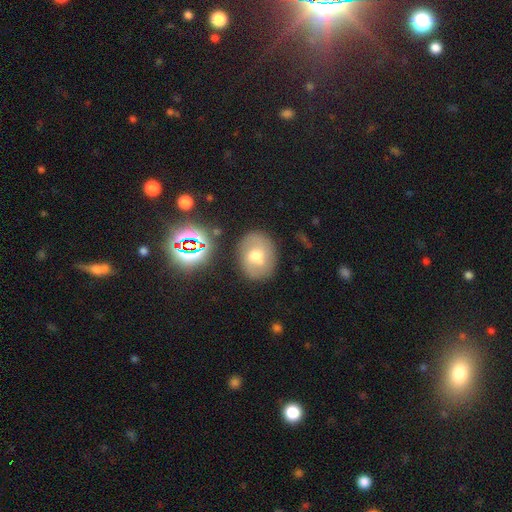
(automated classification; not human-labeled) A smooth galaxy with no disk features (52%) that is in between round and cigar-shaped (53%).

Vote fractions:
- Smooth or featured? smooth: 52% / featured or disk: 36% / star or artifact: 12%
- How rounded? in between: 53% / round: 46% / cigar-shaped: 1%
- Merging? none: 78% / minor disturbance: 13% / major disturbance: 5% / merger: 4%